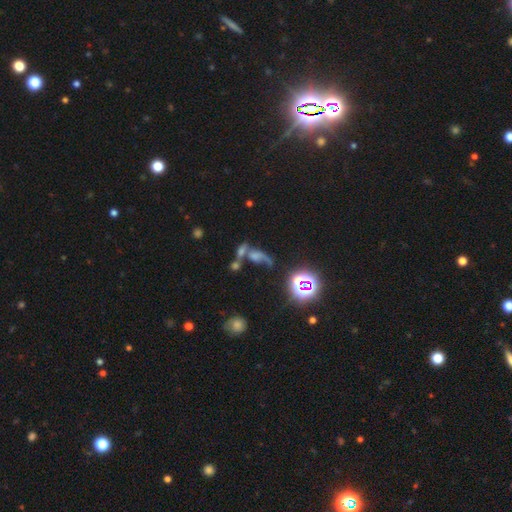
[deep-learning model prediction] Smooth or featured? featured or disk (35%)
Merging? merger (55%)